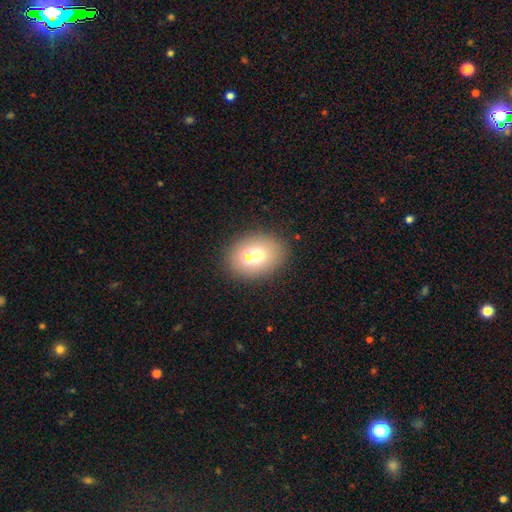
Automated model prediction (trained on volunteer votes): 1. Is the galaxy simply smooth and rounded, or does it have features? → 65% smooth, 24% featured or disk, 12% star or artifact.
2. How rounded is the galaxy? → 50% round, 49% in between, 1% cigar-shaped.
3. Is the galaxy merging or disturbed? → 53% none, 35% merger, 9% minor disturbance, 4% major disturbance.